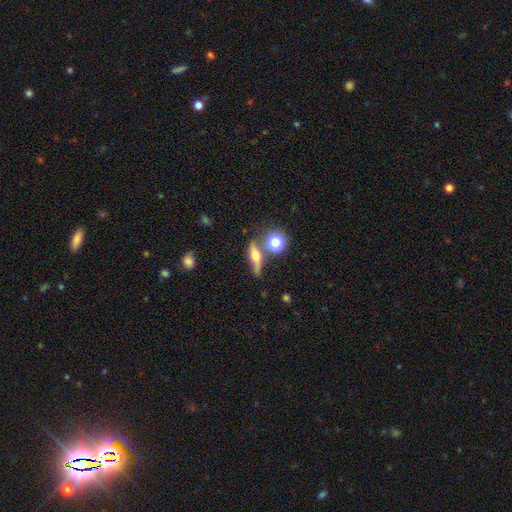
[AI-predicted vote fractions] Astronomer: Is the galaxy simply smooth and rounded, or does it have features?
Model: featured or disk — 46% (runner-up: smooth, 45%).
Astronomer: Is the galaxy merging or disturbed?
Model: none — 59%.